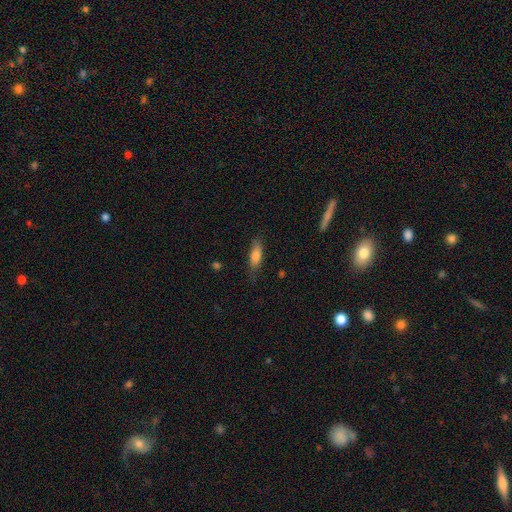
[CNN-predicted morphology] Smooth or featured? smooth (77%)
How rounded? in between (52%)
Merging? none (75%)